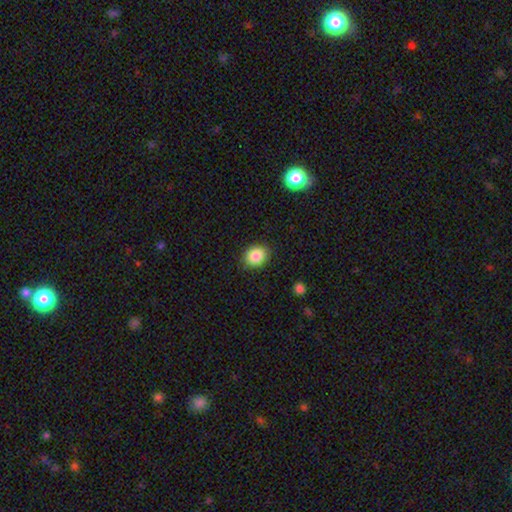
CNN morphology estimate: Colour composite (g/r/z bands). It shows a smooth galaxy with no disk features (87%) that is round (64%). Merging: none (87%).